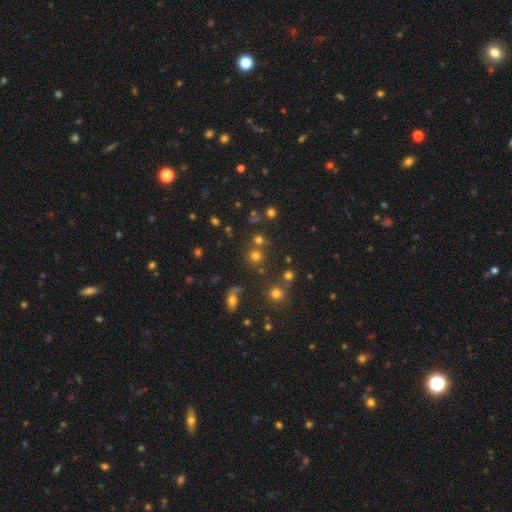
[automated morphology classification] Smooth or featured: smooth — 66% (star or artifact — 24%)
How rounded: round — 92% (in between — 7%)
Merging: none — 74% (merger — 15%)